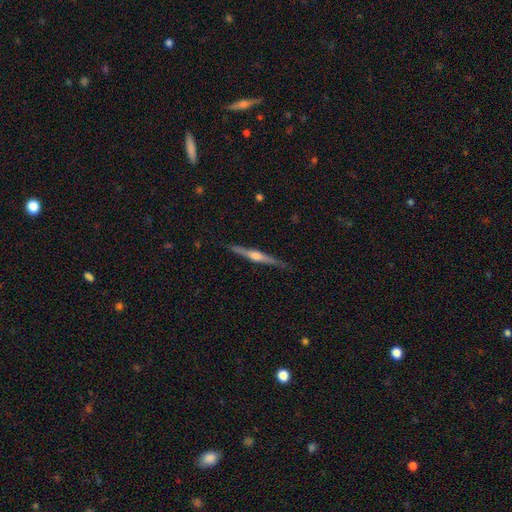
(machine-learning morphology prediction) Smooth or featured? Predicted: featured or disk (p=0.77). Edge-on disk? Predicted: yes (p=0.98). Edge-on bulge? Predicted: rounded (p=0.86). Merging? Predicted: none (p=0.89).